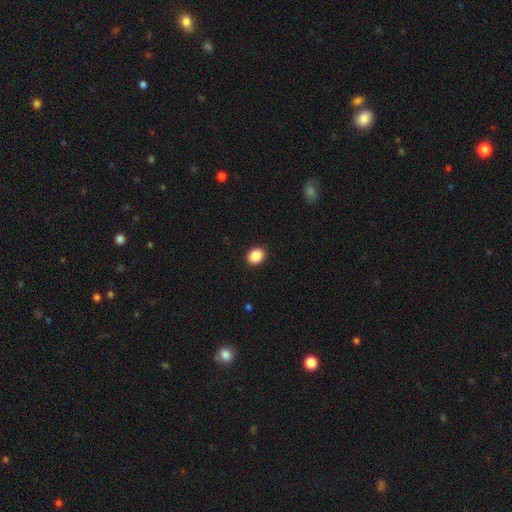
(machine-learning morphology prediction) Overall: smooth (88%). How rounded: round (53%; in between 46%). Merging: none (91%).